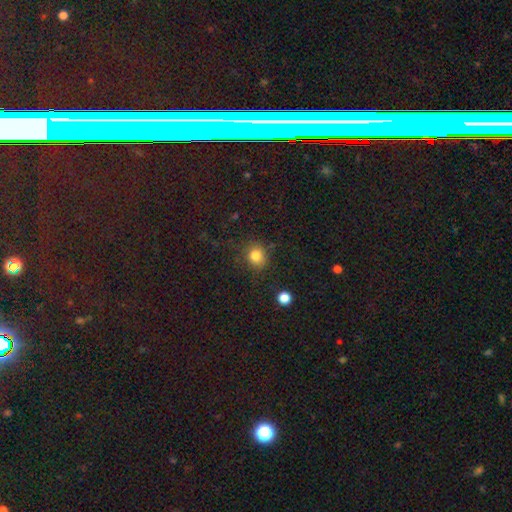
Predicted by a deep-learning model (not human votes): The model was most divided on "how rounded": round: 80%, in between: 19%, cigar-shaped: 1%. More confident: smooth or featured — smooth (82%); merging — none (81%).